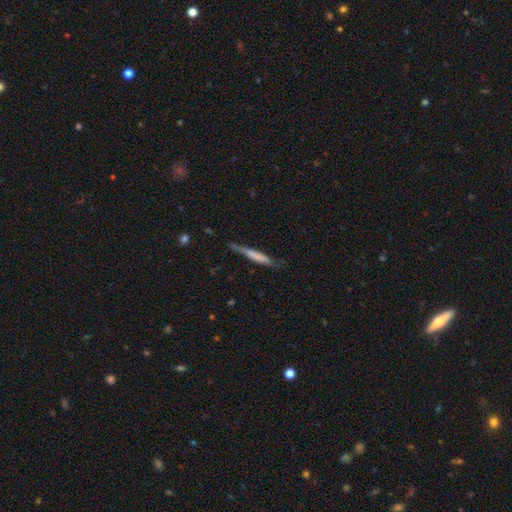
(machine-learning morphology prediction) Smooth or featured? smooth (57%)
How rounded? cigar-shaped (93%)
Merging? none (67%)